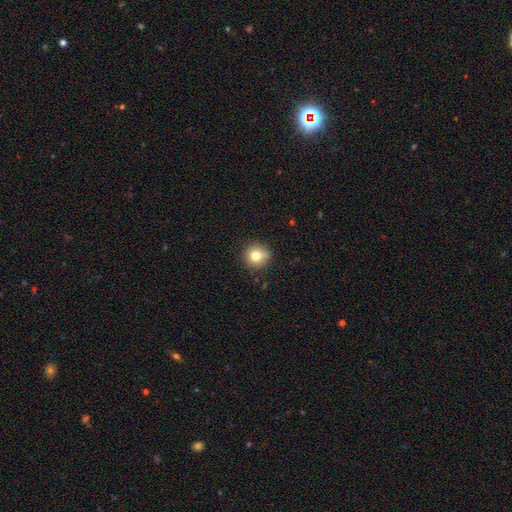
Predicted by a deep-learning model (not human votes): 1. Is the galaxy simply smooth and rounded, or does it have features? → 79% smooth, 11% star or artifact, 10% featured or disk.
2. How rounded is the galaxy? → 92% round, 7% in between, 1% cigar-shaped.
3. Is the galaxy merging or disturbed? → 85% none, 11% minor disturbance, 2% major disturbance, 2% merger.